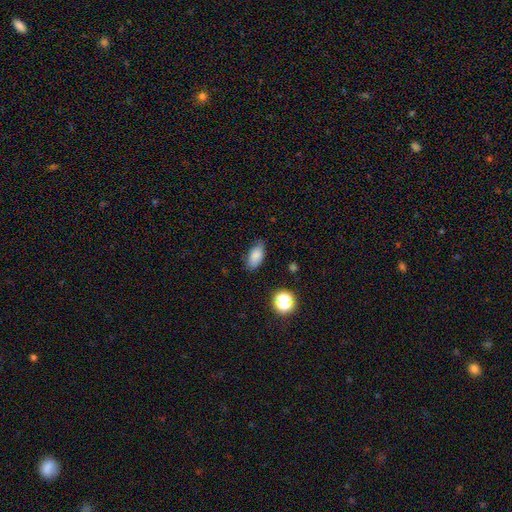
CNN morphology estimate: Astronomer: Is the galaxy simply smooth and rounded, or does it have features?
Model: smooth — 83%.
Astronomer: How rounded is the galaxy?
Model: in between — 88%.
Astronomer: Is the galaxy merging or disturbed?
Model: none — 73%.